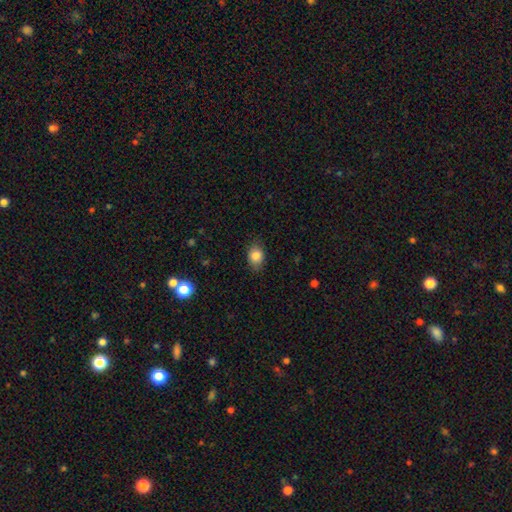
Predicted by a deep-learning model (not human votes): smooth 85%, star or artifact 9%, featured or disk 6%. Down the decision tree: how rounded — in between (70%); merging — none (81%).